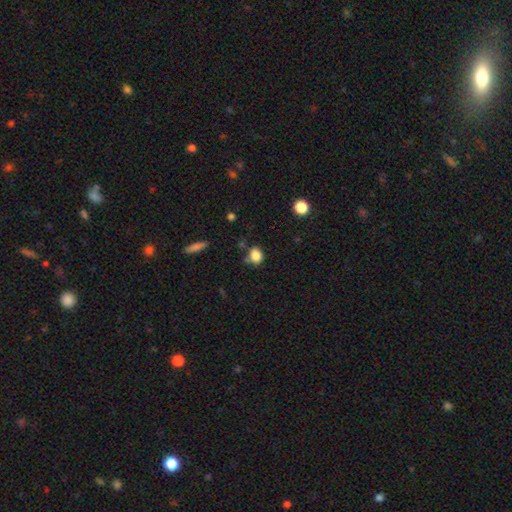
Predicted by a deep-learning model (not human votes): Smooth or featured?
  - smooth: 83% *
  - star or artifact: 11%
  - featured or disk: 6%
How rounded?
  - round: 58% *
  - in between: 41%
  - cigar-shaped: 1%
Merging?
  - none: 67% *
  - minor disturbance: 19%
  - merger: 9%
  - major disturbance: 5%